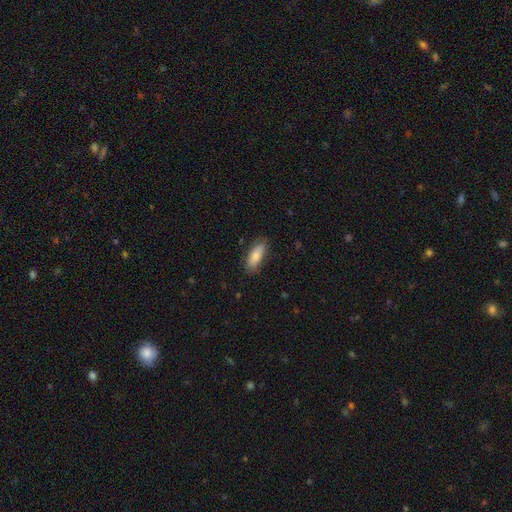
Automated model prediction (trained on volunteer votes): Smooth or featured: smooth — 77% (featured or disk — 17%)
How rounded: in between — 71% (cigar-shaped — 27%)
Merging: none — 79% (minor disturbance — 16%)